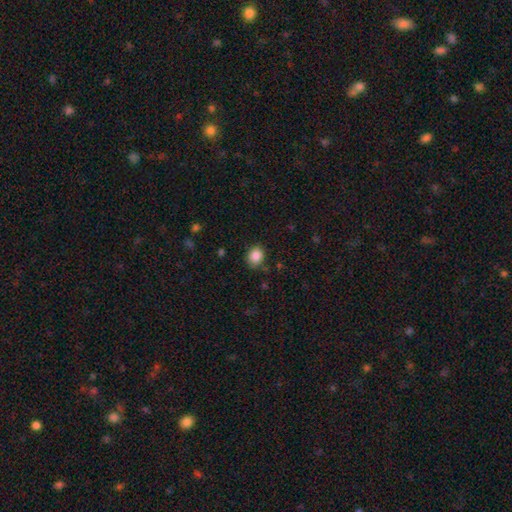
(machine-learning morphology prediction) smooth 86%, star or artifact 9%, featured or disk 5%. Down the decision tree: how rounded — round (60%); merging — none (81%).